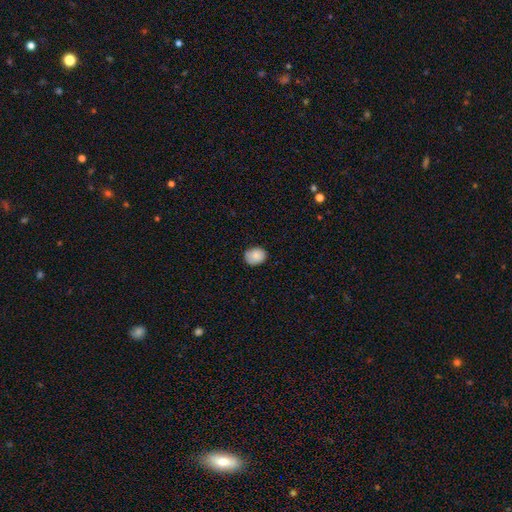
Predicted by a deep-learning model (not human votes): Smooth or featured: smooth — 85% (star or artifact — 8%)
How rounded: round — 52% (in between — 47%)
Merging: none — 79% (minor disturbance — 17%)